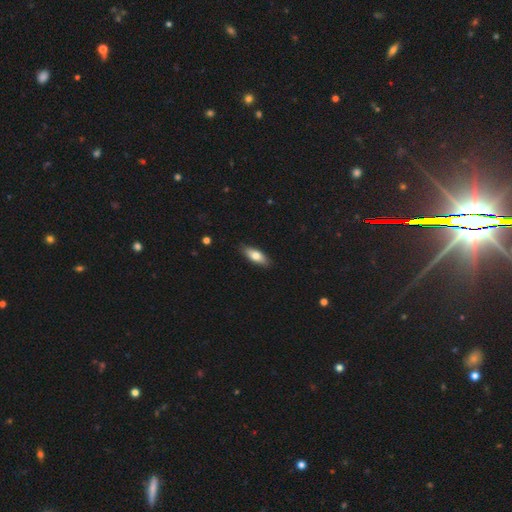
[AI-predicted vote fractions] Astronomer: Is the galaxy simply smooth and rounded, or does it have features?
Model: smooth — 70%.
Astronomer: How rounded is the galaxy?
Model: in between — 67%.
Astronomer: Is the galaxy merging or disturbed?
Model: none — 87%.